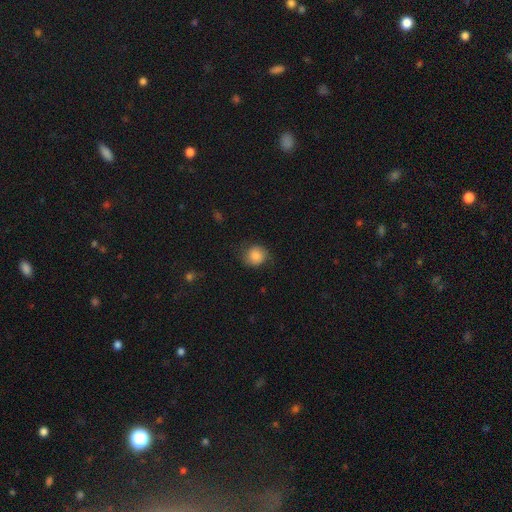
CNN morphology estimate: Smooth or featured? smooth (81%)
How rounded? round (83%)
Merging? none (71%)